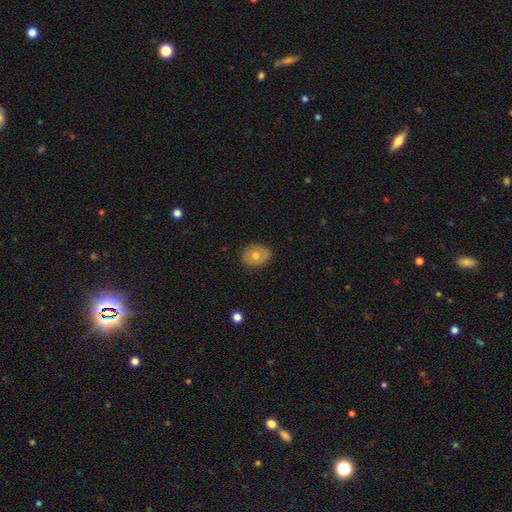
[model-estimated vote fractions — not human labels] Smooth or featured: smooth — 55% (featured or disk — 36%)
How rounded: round — 51% (in between — 48%)
Merging: none — 83% (minor disturbance — 13%)